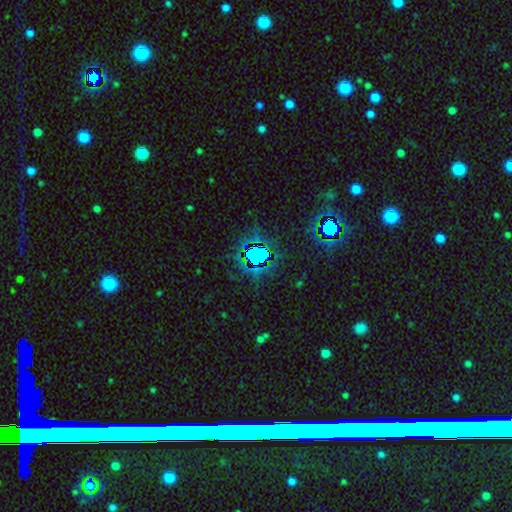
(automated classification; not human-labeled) Overall: star or artifact (74%).